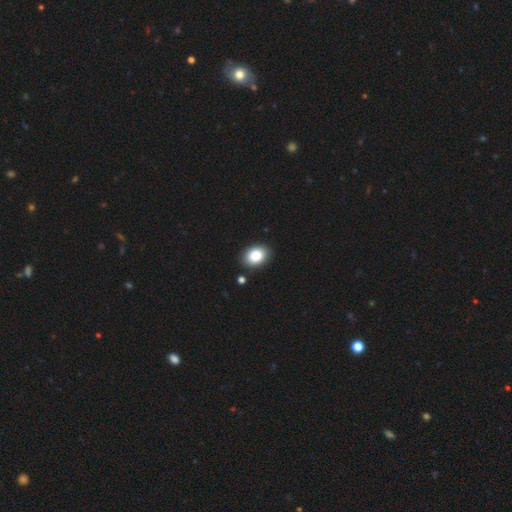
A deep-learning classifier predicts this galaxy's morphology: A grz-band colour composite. It shows a smooth galaxy with no disk features (86%) that is in between round and cigar-shaped (76%). Merging: none (86%).